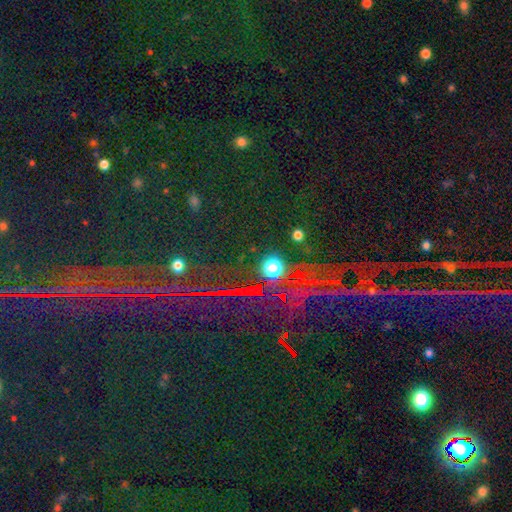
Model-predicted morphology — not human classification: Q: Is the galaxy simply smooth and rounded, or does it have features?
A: star or artifact — 87%.